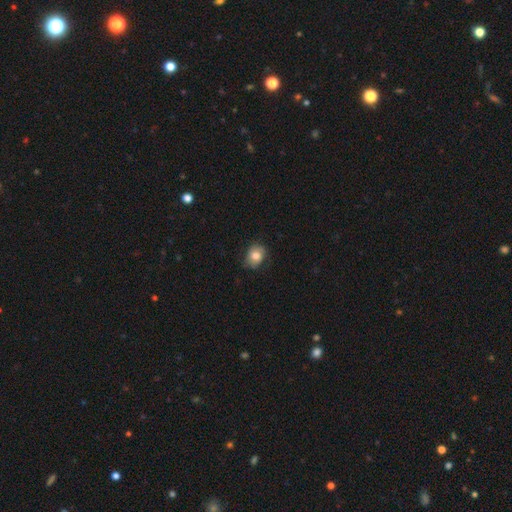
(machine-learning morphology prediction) smooth-or-featured: smooth: 76% | featured or disk: 16% | star or artifact: 9%
  how-rounded: round: 53% | in between: 46% | cigar-shaped: 1%
  merging: none: 72% | minor disturbance: 21% | major disturbance: 6% | merger: 1%